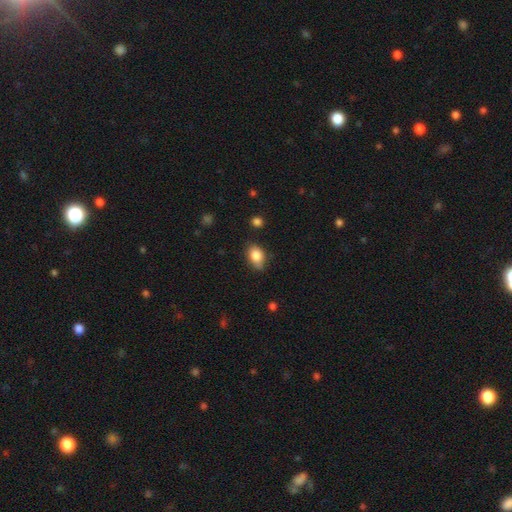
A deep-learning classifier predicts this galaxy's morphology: A smooth galaxy with no disk features (84%) that is in between round and cigar-shaped (81%).

Vote fractions:
- Smooth or featured? smooth: 84% / star or artifact: 8% / featured or disk: 7%
- How rounded? in between: 81% / round: 17% / cigar-shaped: 2%
- Merging? none: 74% / minor disturbance: 20% / major disturbance: 4% / merger: 2%